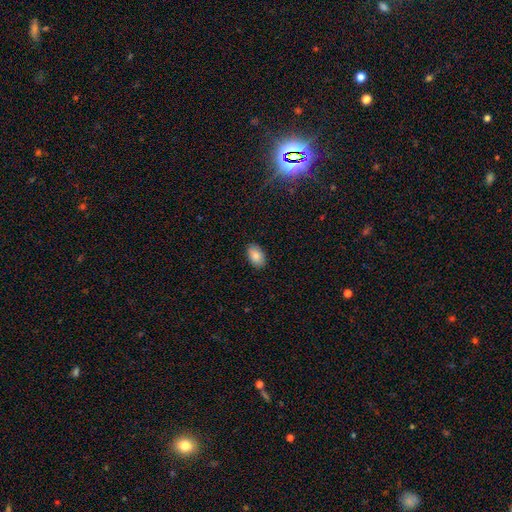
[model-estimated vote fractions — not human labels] This is clearly a smooth galaxy (85%). How rounded: clearly in between (92%). Merging: clearly none (87%).